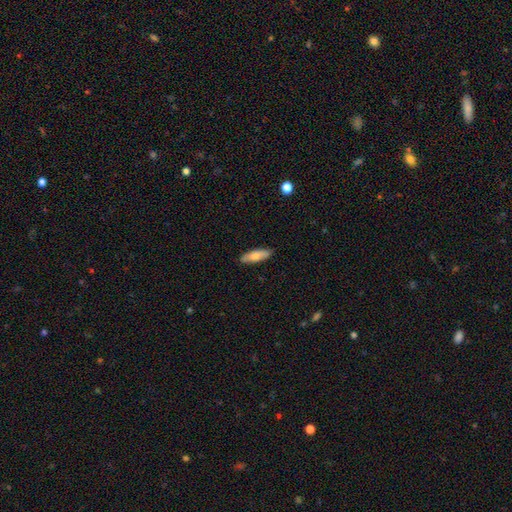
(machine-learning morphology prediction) Smooth or featured?
  - smooth: 74% *
  - featured or disk: 20%
  - star or artifact: 6%
How rounded?
  - cigar-shaped: 50% *
  - in between: 48%
  - round: 2%
Merging?
  - none: 87% *
  - minor disturbance: 10%
  - major disturbance: 2%
  - merger: 1%